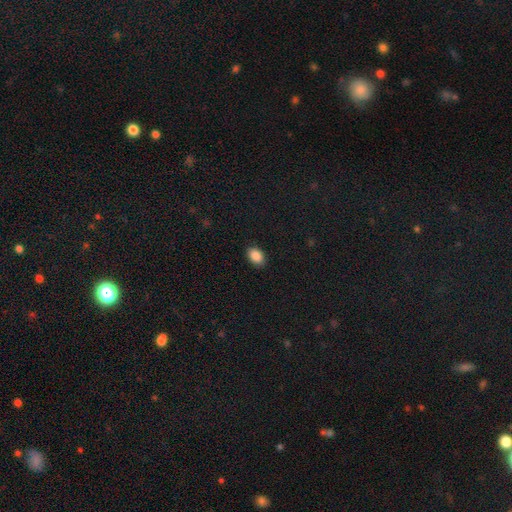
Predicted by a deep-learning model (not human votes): Smooth or featured? smooth (89%)
How rounded? in between (86%)
Merging? none (89%)